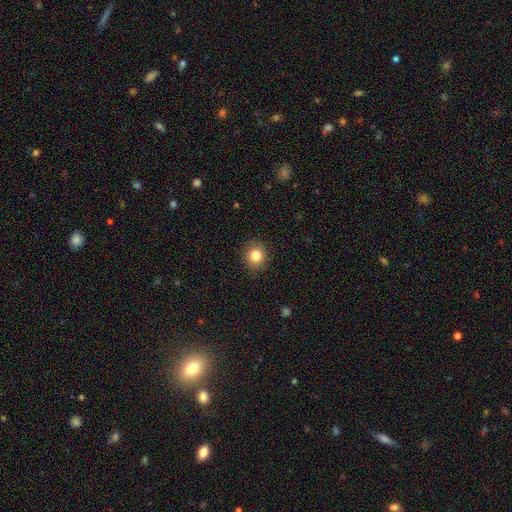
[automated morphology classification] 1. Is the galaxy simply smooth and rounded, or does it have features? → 83% smooth, 11% star or artifact, 6% featured or disk.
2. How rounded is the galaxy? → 84% round, 16% in between, 1% cigar-shaped.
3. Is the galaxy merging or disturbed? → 90% none, 7% minor disturbance, 2% major disturbance, 1% merger.